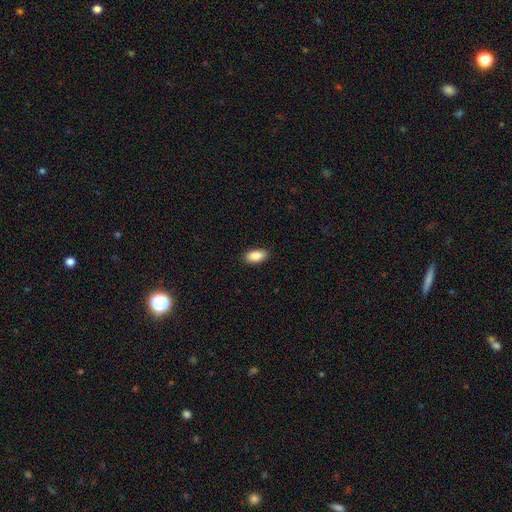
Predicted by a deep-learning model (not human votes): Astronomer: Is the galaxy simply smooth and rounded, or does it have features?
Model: smooth — 90%.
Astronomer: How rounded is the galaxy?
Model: in between — 94%.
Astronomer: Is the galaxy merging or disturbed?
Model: none — 89%.